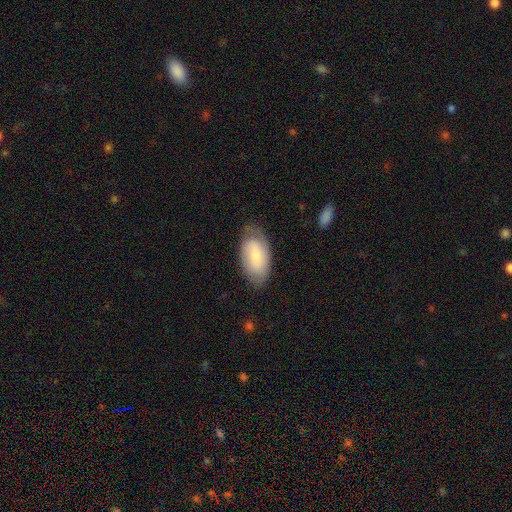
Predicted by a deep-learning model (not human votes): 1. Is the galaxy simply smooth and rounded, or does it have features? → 61% smooth, 33% featured or disk, 6% star or artifact.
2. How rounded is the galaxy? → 94% in between, 4% round, 3% cigar-shaped.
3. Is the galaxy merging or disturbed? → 69% none, 23% minor disturbance, 6% major disturbance, 1% merger.